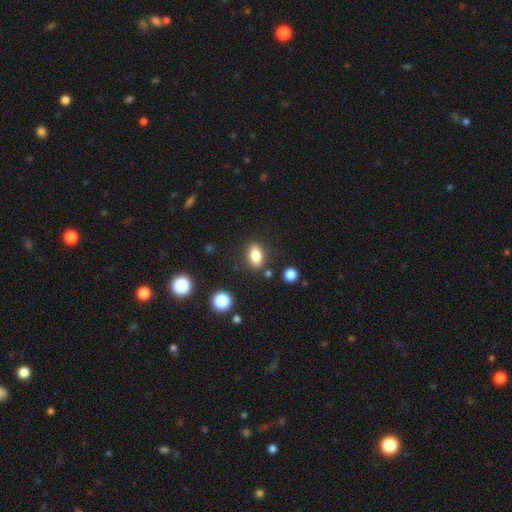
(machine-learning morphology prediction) This appears to be a smooth galaxy with no disk features (80%) that is in between round and cigar-shaped (83%). Merging: none (83%).